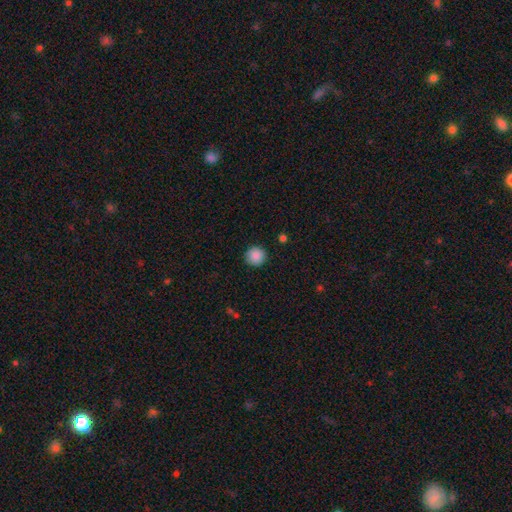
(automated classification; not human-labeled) A smooth galaxy with no disk features (88%) that is round (94%).

Vote fractions:
- Smooth or featured? smooth: 88% / star or artifact: 9% / featured or disk: 3%
- How rounded? round: 94% / in between: 5% / cigar-shaped: 1%
- Merging? none: 90% / minor disturbance: 6% / major disturbance: 2% / merger: 1%